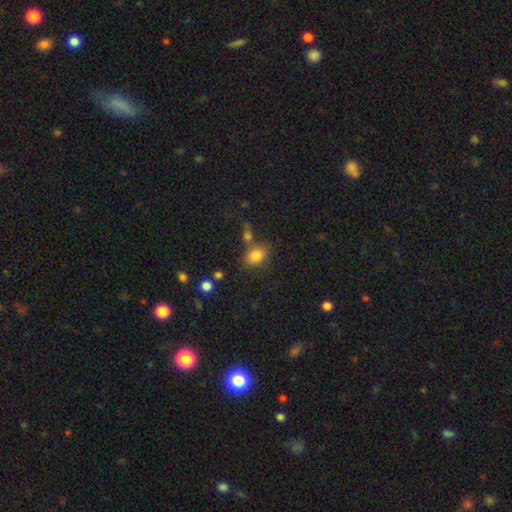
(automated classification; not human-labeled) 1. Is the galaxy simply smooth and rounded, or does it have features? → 82% smooth, 10% star or artifact, 8% featured or disk.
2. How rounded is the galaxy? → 74% in between, 25% round, 1% cigar-shaped.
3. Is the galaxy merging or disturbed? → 64% none, 16% merger, 15% minor disturbance, 5% major disturbance.